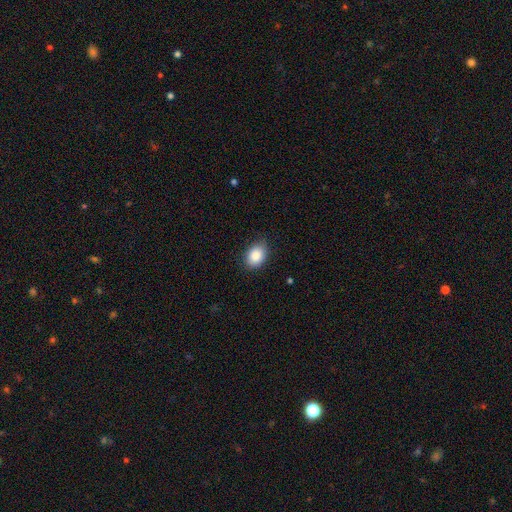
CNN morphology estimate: This is clearly a smooth galaxy (87%). How rounded: likely in between (71%). Merging: clearly none (81%).